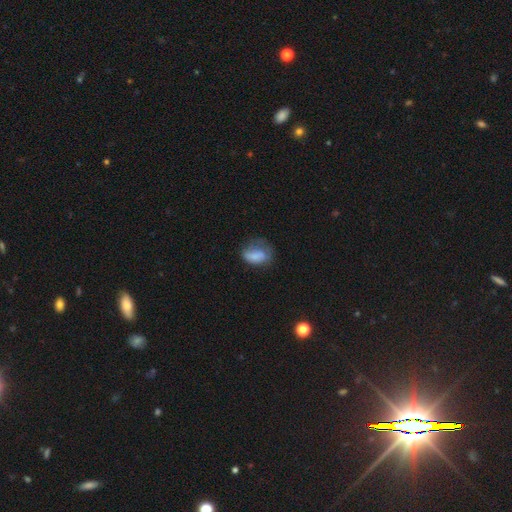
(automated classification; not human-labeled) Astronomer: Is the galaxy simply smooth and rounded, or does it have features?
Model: smooth — 71%.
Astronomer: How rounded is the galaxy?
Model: in between — 78%.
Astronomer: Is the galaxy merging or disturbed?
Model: none — 38% (runner-up: minor disturbance, 32%).